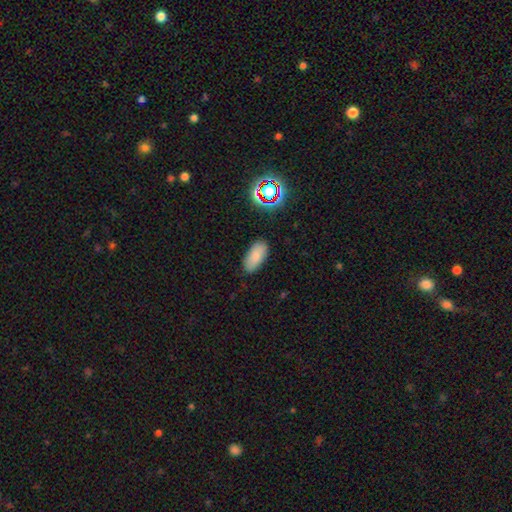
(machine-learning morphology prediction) This is clearly a smooth galaxy (82%). How rounded: clearly in between (91%). Merging: clearly none (84%).